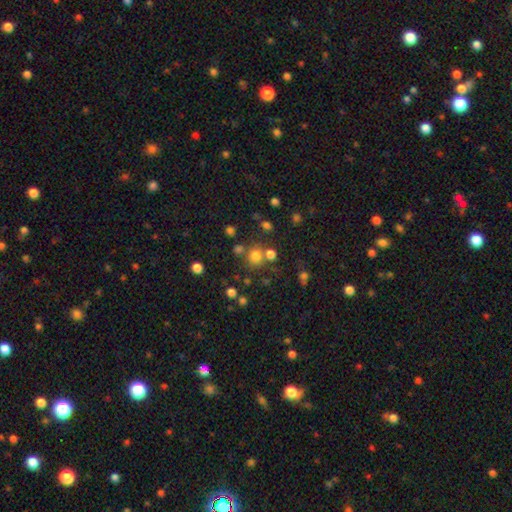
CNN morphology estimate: smooth 74%, star or artifact 19%, featured or disk 7%. Down the decision tree: how rounded — round (87%); merging — none (69%).